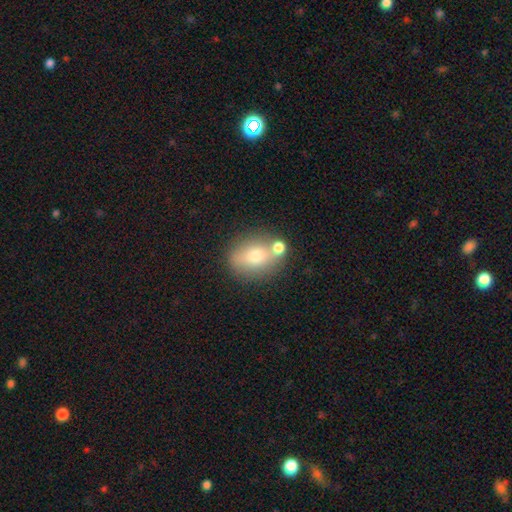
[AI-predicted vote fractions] smooth_or_featured: smooth (p=0.67) [alt: featured or disk p=0.22]
how_rounded: in between (p=0.55) [alt: round p=0.43]
merging: none (p=0.66) [alt: merger p=0.16]